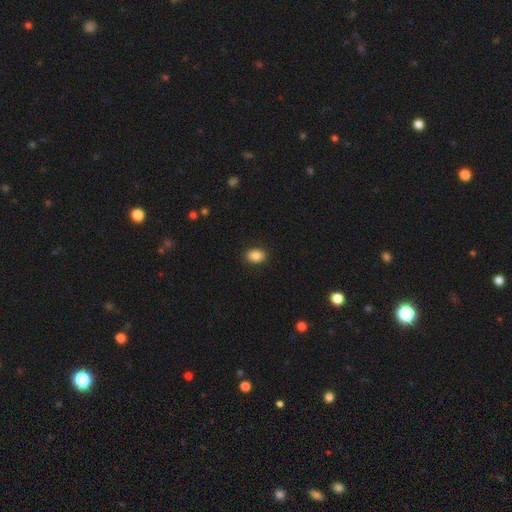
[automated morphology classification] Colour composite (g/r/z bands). It shows a smooth galaxy with no disk features (87%) that is in between round and cigar-shaped (78%). Merging: none (89%).